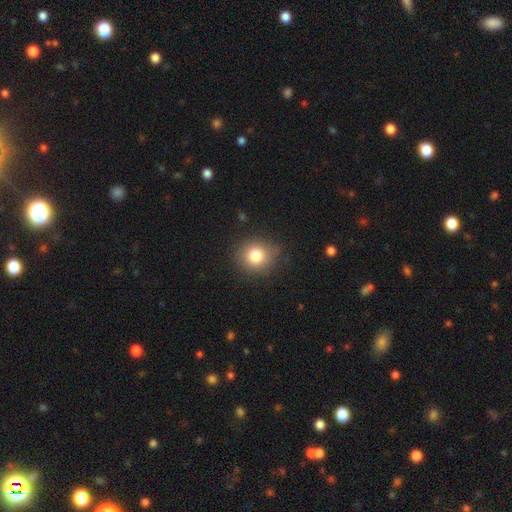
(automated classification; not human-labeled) Smooth or featured? Predicted: smooth (p=0.80). How rounded? Predicted: round (p=0.85). Merging? Predicted: none (p=0.83).